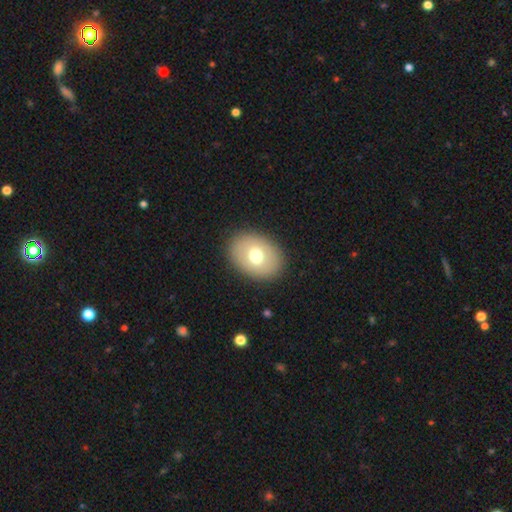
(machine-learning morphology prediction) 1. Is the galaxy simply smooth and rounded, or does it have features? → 70% smooth, 21% featured or disk, 9% star or artifact.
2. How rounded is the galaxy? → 66% in between, 33% round, 1% cigar-shaped.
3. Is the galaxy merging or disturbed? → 89% none, 7% minor disturbance, 3% major disturbance, 1% merger.